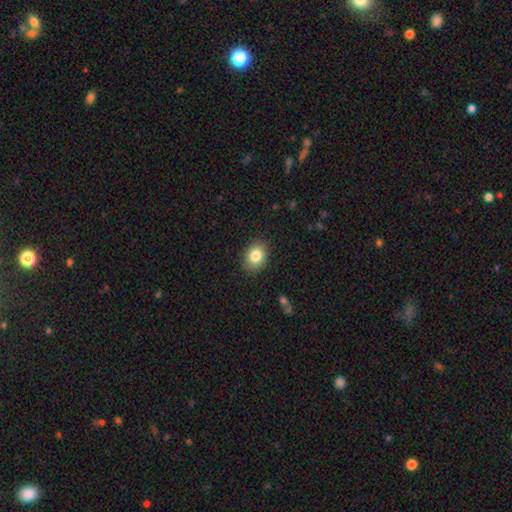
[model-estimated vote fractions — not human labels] Morphology: type=smooth (83%); roundness=in between (66%); merging=none (87%).